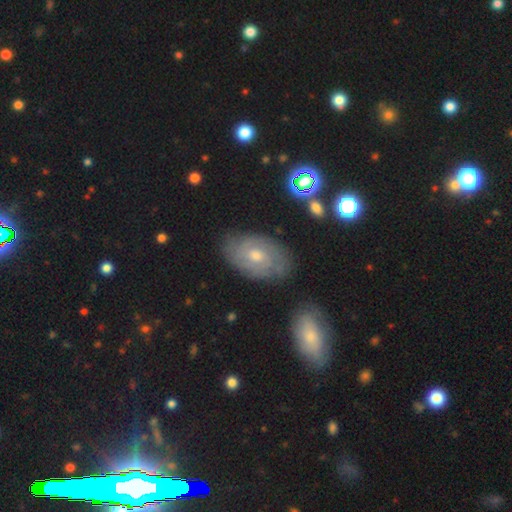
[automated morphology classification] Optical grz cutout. It shows a featured or disk galaxy (67%) with no bar (67%), tight (68%) spiral arms (82%) and a moderate central bulge (59%). Merging: none (76%).